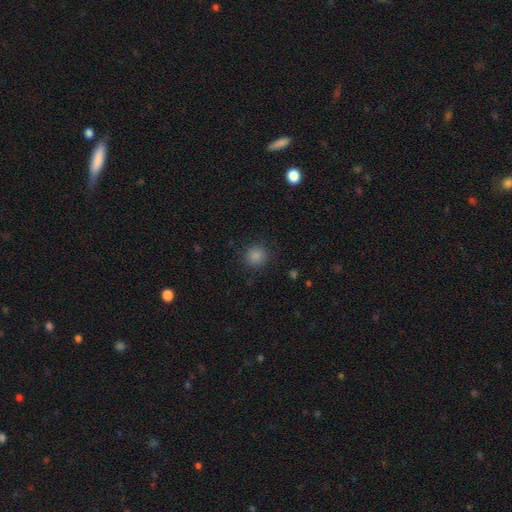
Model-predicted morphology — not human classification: This is clearly a smooth galaxy (85%). How rounded: clearly round (91%). Merging: clearly none (88%).